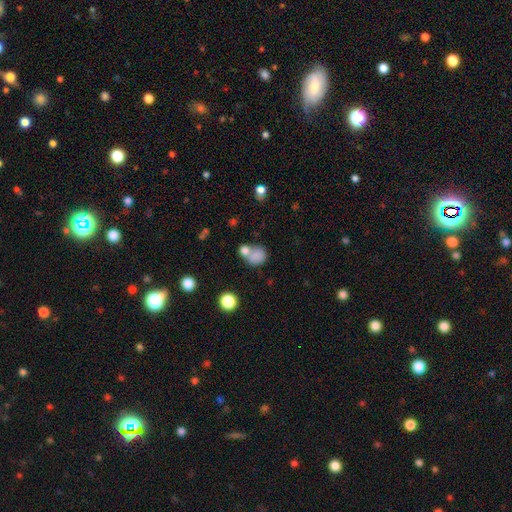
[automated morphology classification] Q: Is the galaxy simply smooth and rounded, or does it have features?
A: smooth — 78%.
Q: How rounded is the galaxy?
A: round — 62%.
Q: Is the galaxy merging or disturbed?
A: merger — 44%.